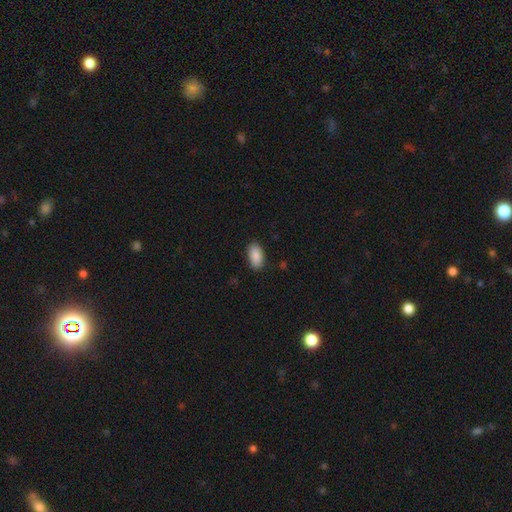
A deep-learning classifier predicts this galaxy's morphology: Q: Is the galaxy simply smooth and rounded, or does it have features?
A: smooth — 89%.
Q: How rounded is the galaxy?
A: in between — 94%.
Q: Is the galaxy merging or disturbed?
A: none — 87%.